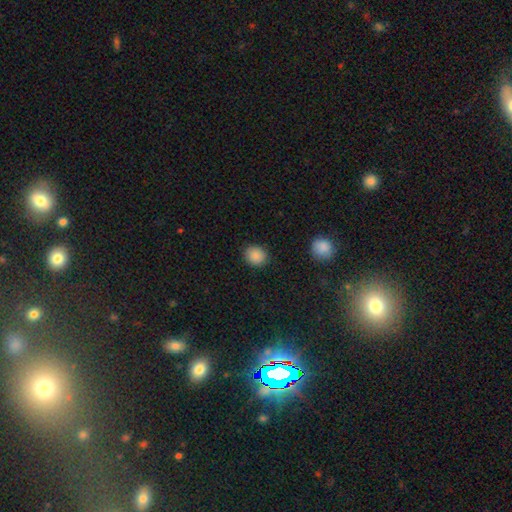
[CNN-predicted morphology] smooth 87%, star or artifact 9%, featured or disk 3%. Down the decision tree: how rounded — round (68%); merging — none (88%).